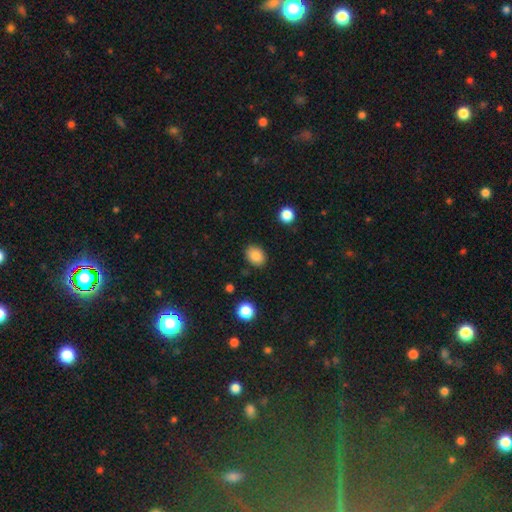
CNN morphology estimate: Smooth or featured? smooth (86%)
How rounded? in between (59%)
Merging? none (85%)